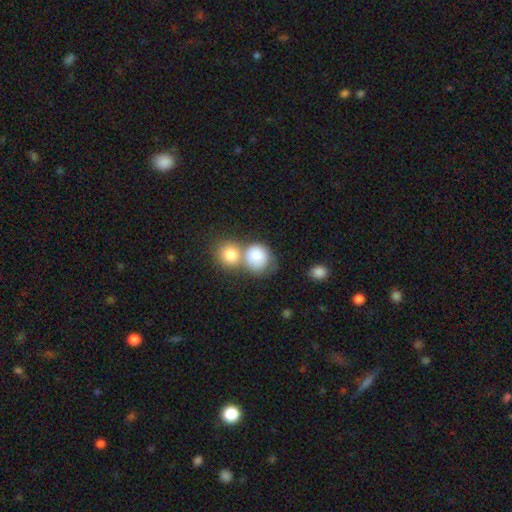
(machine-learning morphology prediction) A smooth galaxy with no disk features (82%) that is round (78%). Merging: merger (55%).